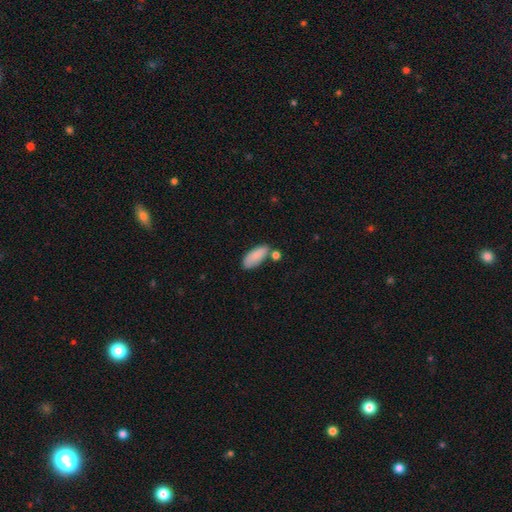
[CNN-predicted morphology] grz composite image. It shows a smooth galaxy with no disk features (85%) that is in between round and cigar-shaped (82%). Merging: none (63%).